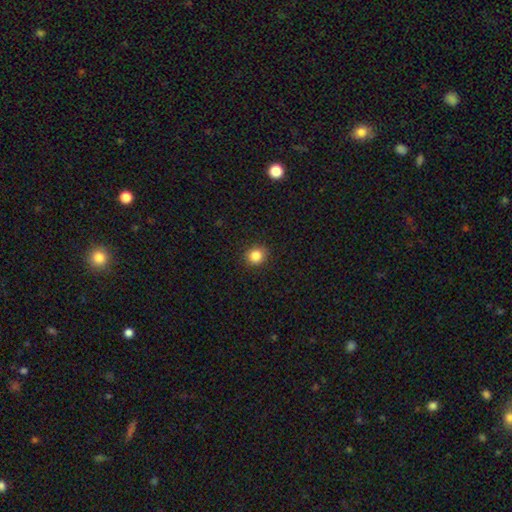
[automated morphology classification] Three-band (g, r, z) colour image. It shows a smooth galaxy with no disk features (84%) that is round (88%). Merging: none (91%).